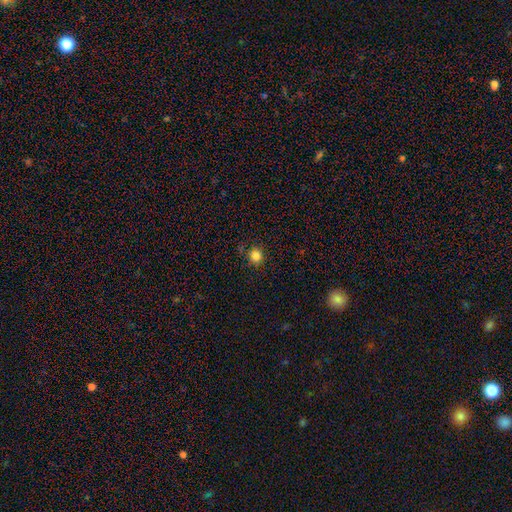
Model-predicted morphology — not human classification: type=smooth (83%); roundness=round (91%); merging=none (88%).